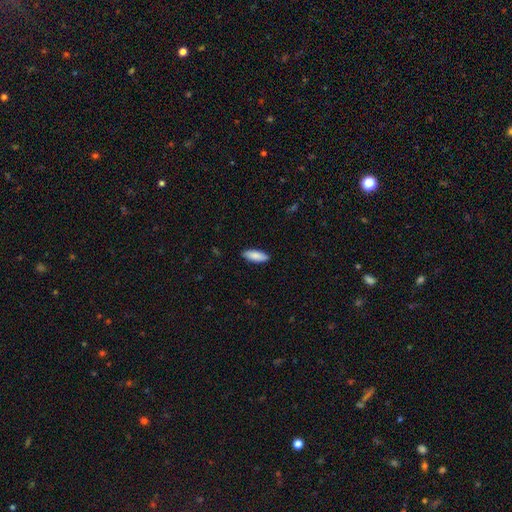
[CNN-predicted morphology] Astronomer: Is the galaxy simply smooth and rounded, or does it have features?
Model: smooth — 87%.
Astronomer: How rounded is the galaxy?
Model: in between — 65%.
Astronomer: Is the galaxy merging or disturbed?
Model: none — 89%.